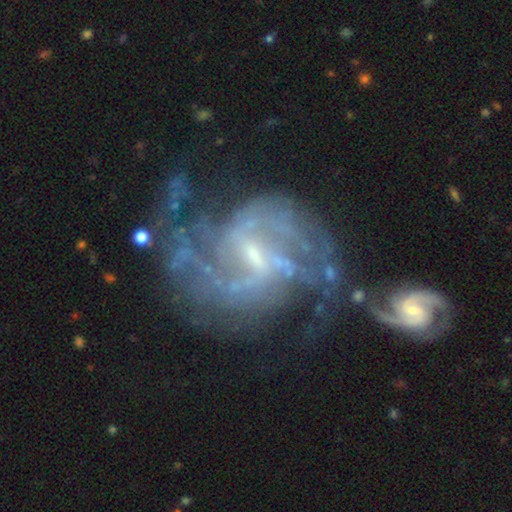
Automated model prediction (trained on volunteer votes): Overall: featured or disk (89%). Edge-on disk: no (98%). Bar: weak (57%; strong 28%). Spiral arms: yes (96%). Spiral arm count: 2 (53%; can't tell 18%). Spiral winding: medium (49%; loose 26%). Bulge size: small (66%). Merging: none (37%; merger 26%).